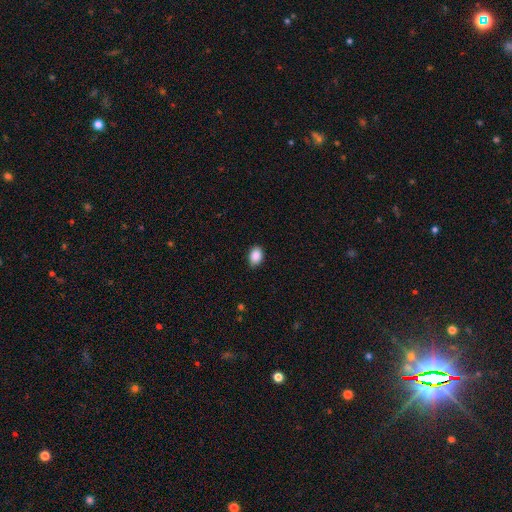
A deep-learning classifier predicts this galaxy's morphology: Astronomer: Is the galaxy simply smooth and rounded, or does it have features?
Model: smooth — 89%.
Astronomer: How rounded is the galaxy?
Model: in between — 78%.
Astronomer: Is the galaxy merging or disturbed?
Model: none — 83%.